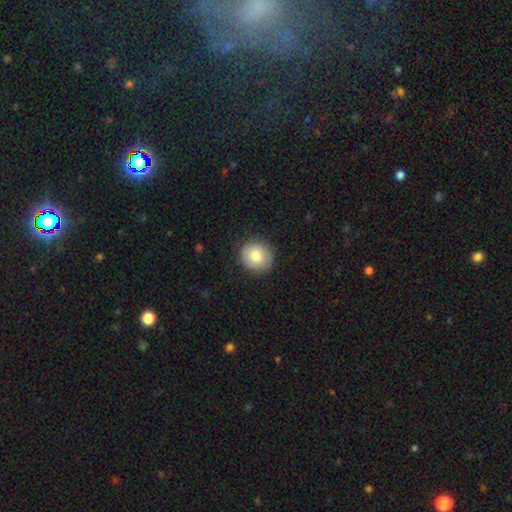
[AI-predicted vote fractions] smooth-or-featured: smooth: 81% | featured or disk: 11% | star or artifact: 7%
  how-rounded: round: 92% | in between: 7% | cigar-shaped: 1%
  merging: none: 87% | minor disturbance: 10% | major disturbance: 2% | merger: 1%